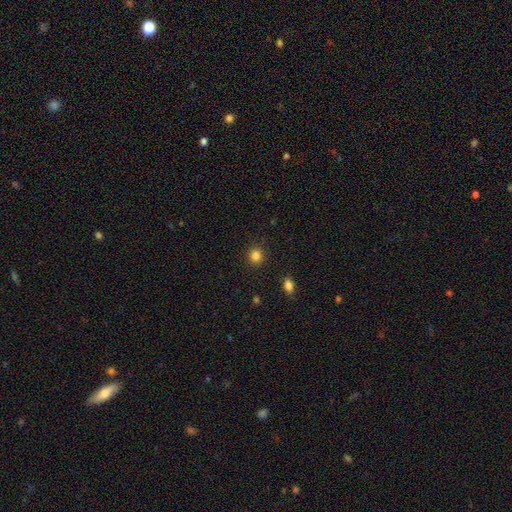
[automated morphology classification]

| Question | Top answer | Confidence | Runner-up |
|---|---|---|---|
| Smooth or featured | smooth | 84% | star or artifact (12%) |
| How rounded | round | 90% | in between (9%) |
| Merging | none | 90% | minor disturbance (6%) |